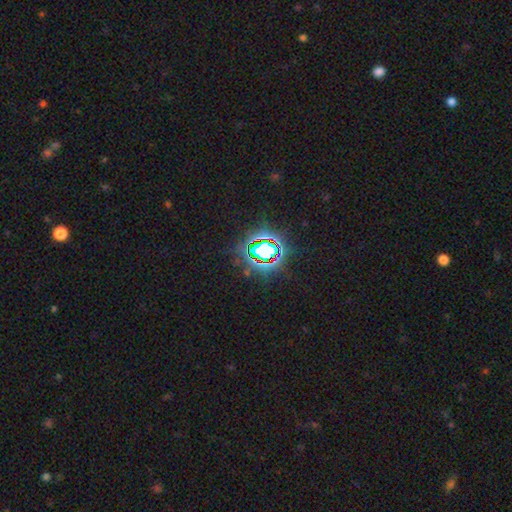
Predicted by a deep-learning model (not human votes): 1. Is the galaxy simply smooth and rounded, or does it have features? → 79% star or artifact, 12% smooth, 8% featured or disk.